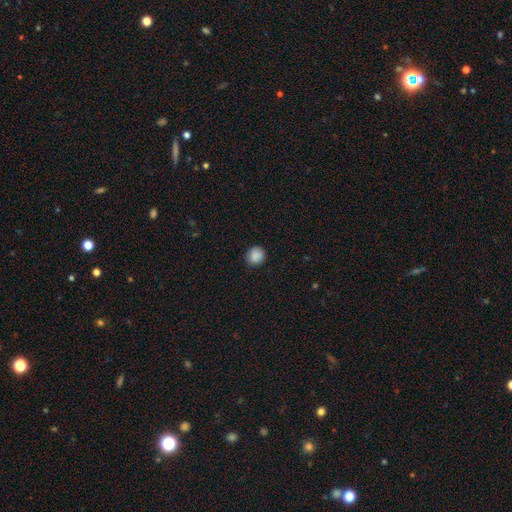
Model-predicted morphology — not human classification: type=smooth (88%); roundness=round (86%); merging=none (85%).